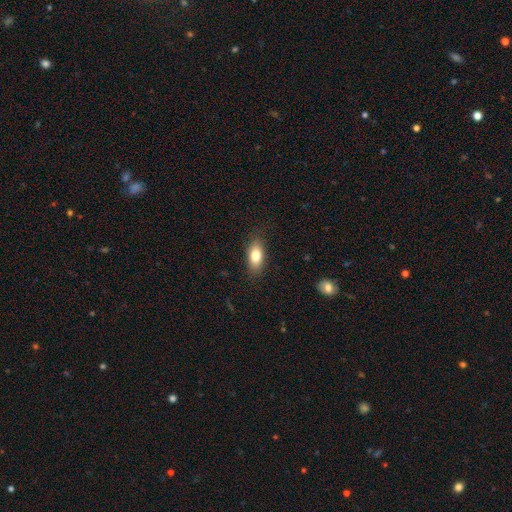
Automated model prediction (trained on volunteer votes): The model was most divided on "smooth or featured": smooth: 81%, featured or disk: 12%, star or artifact: 7%. More confident: how rounded — in between (86%); merging — none (84%).